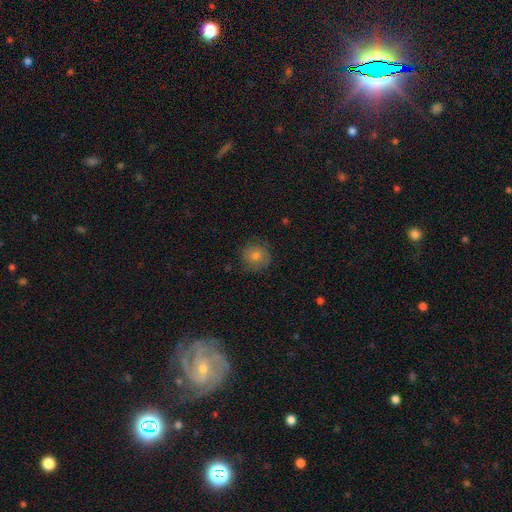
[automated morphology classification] type=smooth (73%); roundness=round (88%); merging=none (75%).